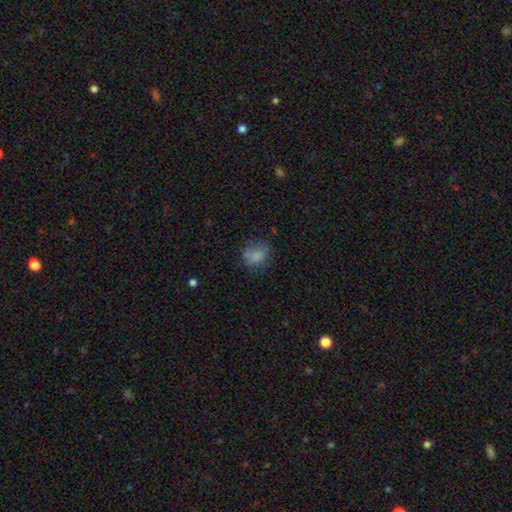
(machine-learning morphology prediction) smooth 78%, star or artifact 11%, featured or disk 10%. Down the decision tree: how rounded — round (54%); merging — none (65%).